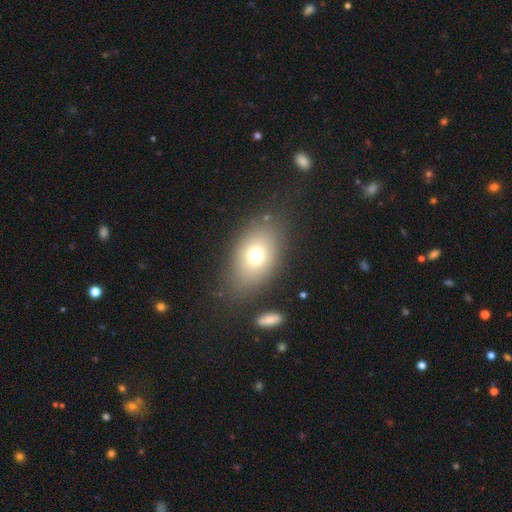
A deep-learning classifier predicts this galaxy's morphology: Smooth or featured?
  - smooth: 71% *
  - featured or disk: 17%
  - star or artifact: 13%
How rounded?
  - in between: 79% *
  - round: 19%
  - cigar-shaped: 2%
Merging?
  - none: 77% *
  - minor disturbance: 12%
  - major disturbance: 7%
  - merger: 4%